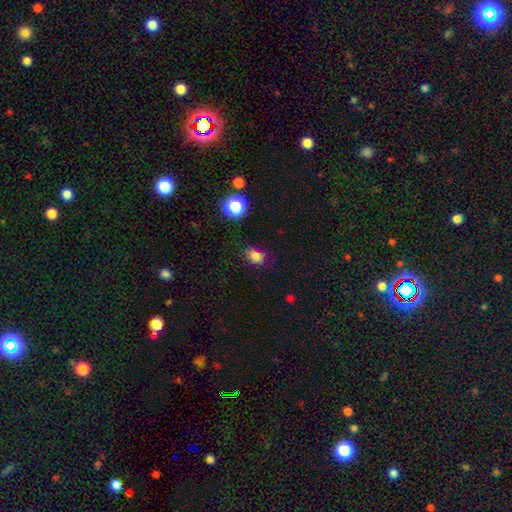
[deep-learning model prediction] Smooth or featured? Predicted: smooth (p=0.79). How rounded? Predicted: in between (p=0.63). Merging? Predicted: none (p=0.61).